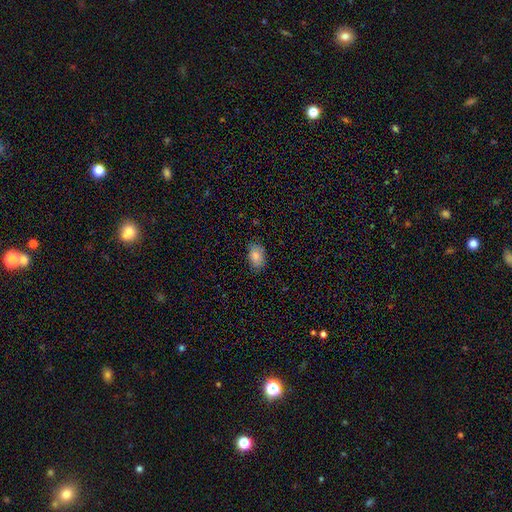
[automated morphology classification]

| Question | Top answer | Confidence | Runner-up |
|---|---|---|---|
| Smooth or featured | smooth | 77% | featured or disk (13%) |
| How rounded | in between | 86% | round (13%) |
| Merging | none | 82% | minor disturbance (15%) |